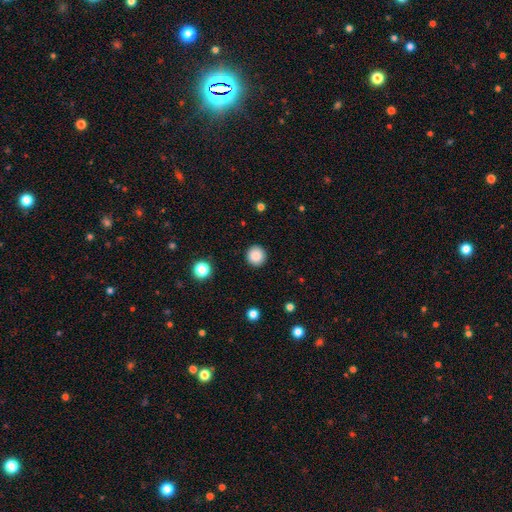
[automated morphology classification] smooth-or-featured: smooth: 88% | star or artifact: 9% | featured or disk: 3%
  how-rounded: round: 94% | in between: 5% | cigar-shaped: 1%
  merging: none: 92% | minor disturbance: 5% | major disturbance: 2% | merger: 1%